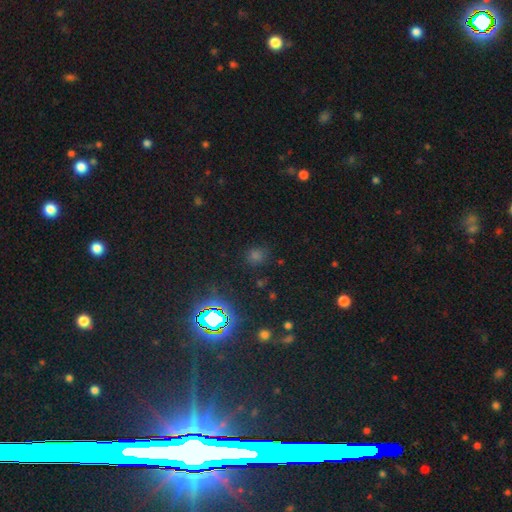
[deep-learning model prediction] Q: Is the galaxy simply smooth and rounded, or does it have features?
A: smooth — 46%, tied with star or artifact.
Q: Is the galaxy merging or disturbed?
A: none — 82%.